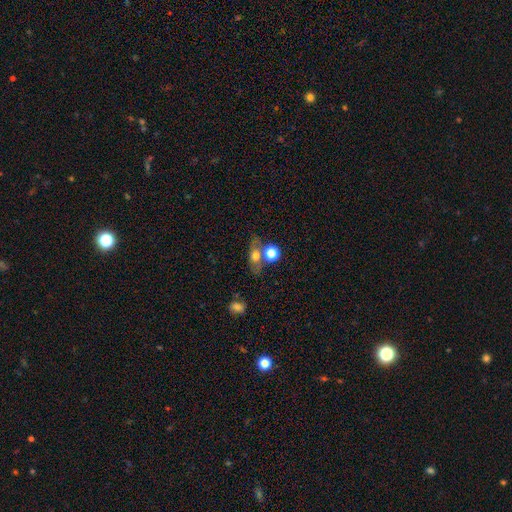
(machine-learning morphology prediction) smooth 58%, featured or disk 29%, star or artifact 14%. Down the decision tree: how rounded — in between (54%); merging — none (55%).